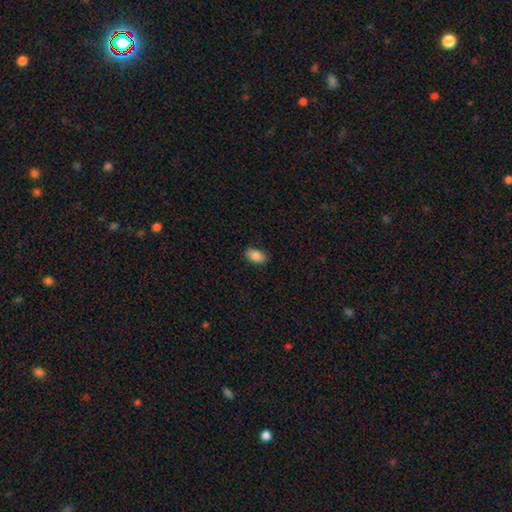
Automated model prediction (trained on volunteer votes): Morphology: type=smooth (86%); roundness=in between (92%); merging=none (87%).